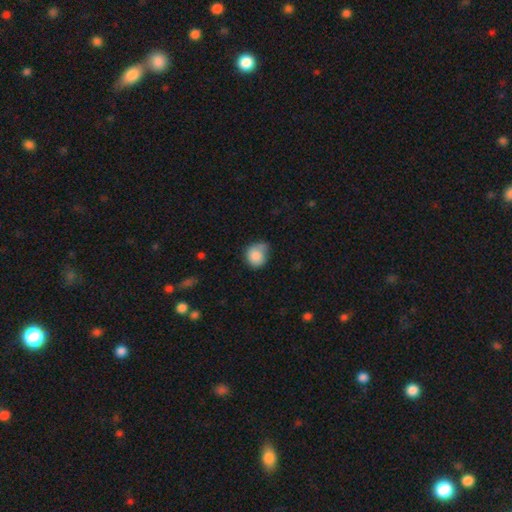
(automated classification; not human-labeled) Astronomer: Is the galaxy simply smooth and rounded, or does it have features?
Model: smooth — 84%.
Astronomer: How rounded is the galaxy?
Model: round — 77%.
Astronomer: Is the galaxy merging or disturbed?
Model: none — 45% (runner-up: minor disturbance, 38%).